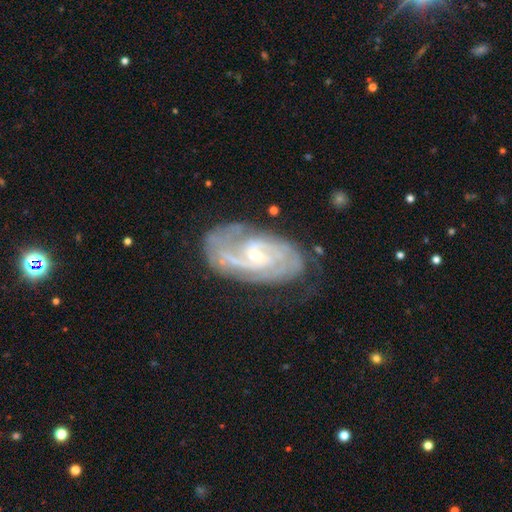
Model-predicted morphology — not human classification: Smooth or featured: featured or disk — 87% (smooth — 7%)
Edge-on disk: no — 96% (yes — 4%)
Bar: weak — 46% (no — 42%)
Spiral arms: yes — 96% (no — 4%)
Spiral winding: tight — 53% (medium — 38%)
Spiral arm count: 2 — 49% (can't tell — 23%)
Bulge size: small — 65% (moderate — 29%)
Merging: none — 66% (minor disturbance — 21%)